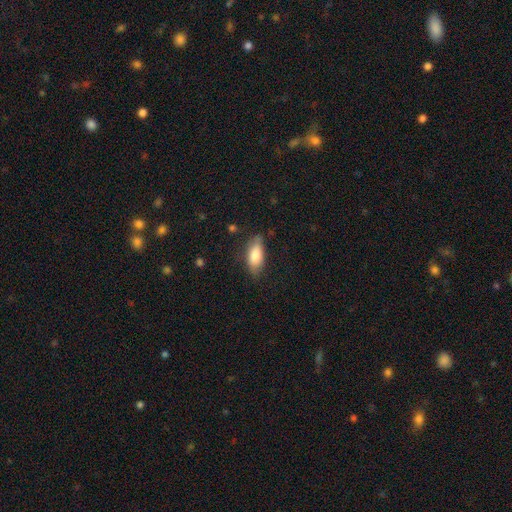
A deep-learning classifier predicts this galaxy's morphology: A smooth galaxy with no disk features (80%) that is in between round and cigar-shaped (84%).

Vote fractions:
- Smooth or featured? smooth: 80% / featured or disk: 14% / star or artifact: 6%
- How rounded? in between: 84% / cigar-shaped: 14% / round: 3%
- Merging? none: 72% / minor disturbance: 22% / major disturbance: 5% / merger: 2%